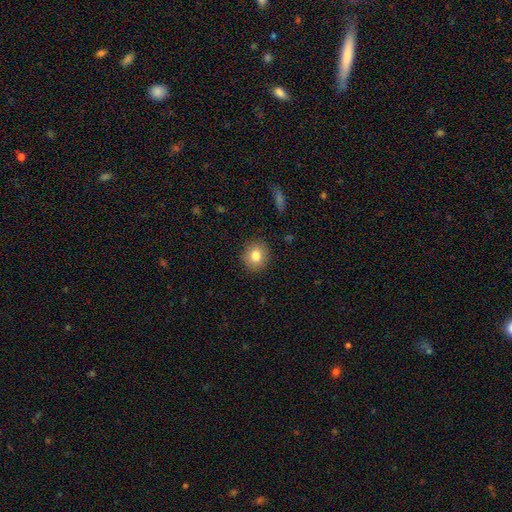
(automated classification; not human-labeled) Smooth or featured?
  - smooth: 82% *
  - star or artifact: 10%
  - featured or disk: 9%
How rounded?
  - round: 78% *
  - in between: 21%
  - cigar-shaped: 1%
Merging?
  - none: 89% *
  - minor disturbance: 8%
  - major disturbance: 2%
  - merger: 1%